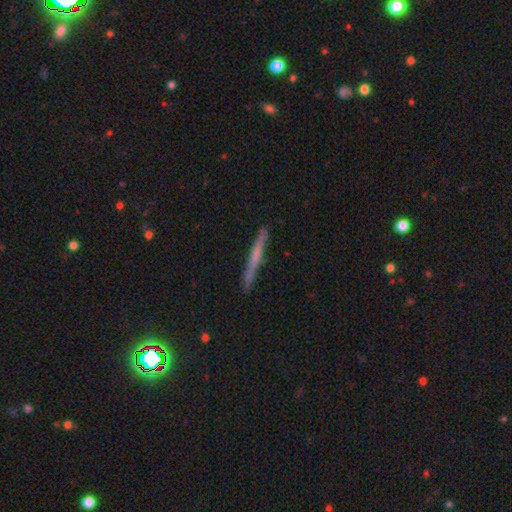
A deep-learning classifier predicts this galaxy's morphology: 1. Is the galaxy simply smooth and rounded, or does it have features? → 47% featured or disk, 46% smooth, 7% star or artifact.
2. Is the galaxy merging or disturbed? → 89% none, 8% minor disturbance, 2% major disturbance, 1% merger.